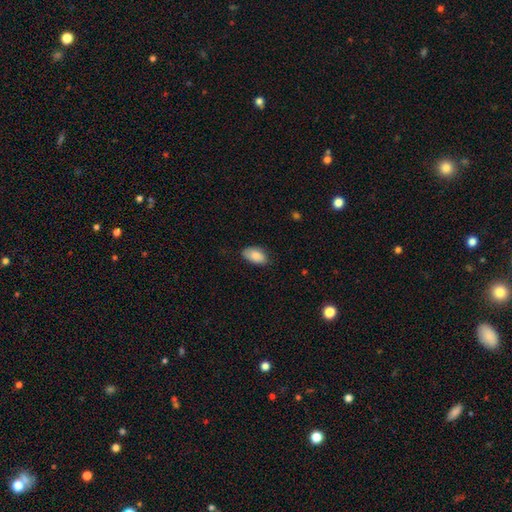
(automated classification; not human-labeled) A smooth galaxy with no disk features (85%) that is in between round and cigar-shaped (94%). Merging: none (76%).